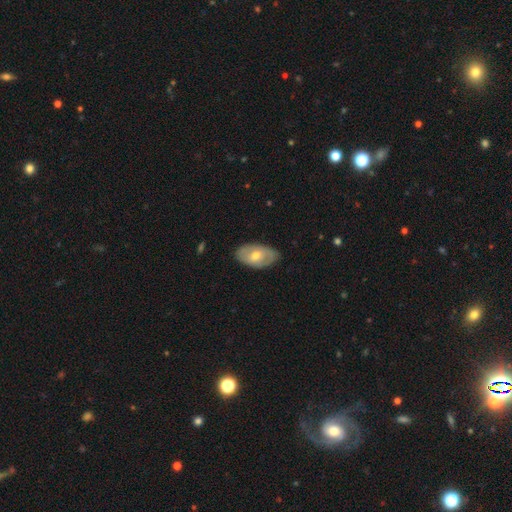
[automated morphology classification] smooth 50%, featured or disk 44%, star or artifact 6%. Down the decision tree: how rounded — in between (92%); merging — none (82%).